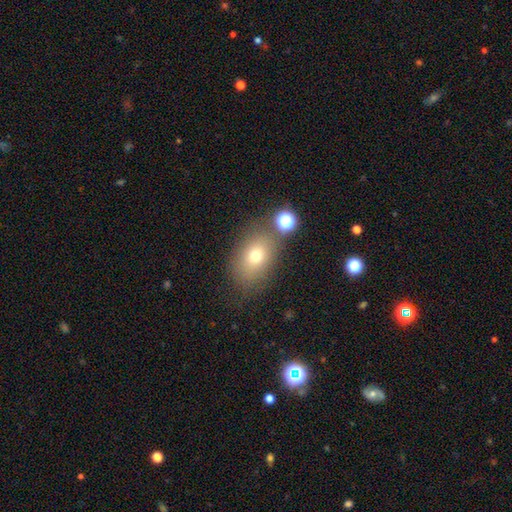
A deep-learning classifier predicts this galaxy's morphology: A smooth galaxy with no disk features (70%) that is in between round and cigar-shaped (77%). Merging: none (71%).